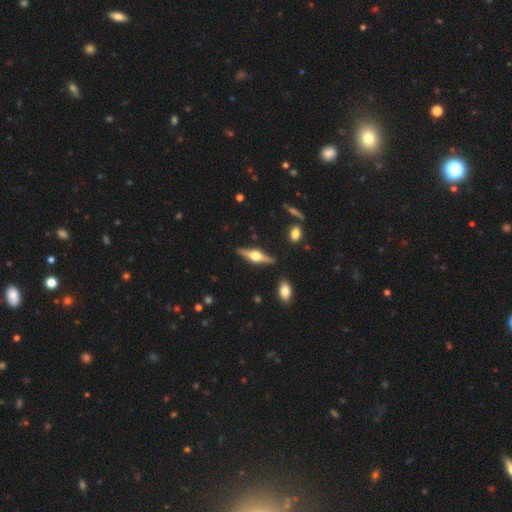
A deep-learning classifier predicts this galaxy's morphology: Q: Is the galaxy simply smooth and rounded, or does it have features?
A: featured or disk — 75%.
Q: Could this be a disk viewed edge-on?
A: yes — 97%.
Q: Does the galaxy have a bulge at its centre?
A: rounded — 95%.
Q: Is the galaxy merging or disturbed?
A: none — 87%.